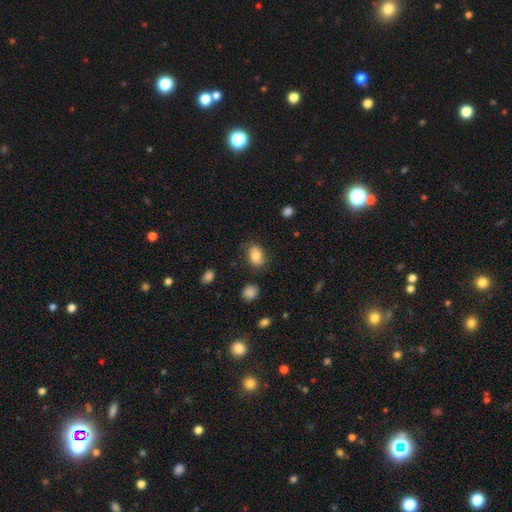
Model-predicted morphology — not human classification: Smooth or featured? Predicted: smooth (p=0.80). How rounded? Predicted: in between (p=0.78). Merging? Predicted: none (p=0.74).